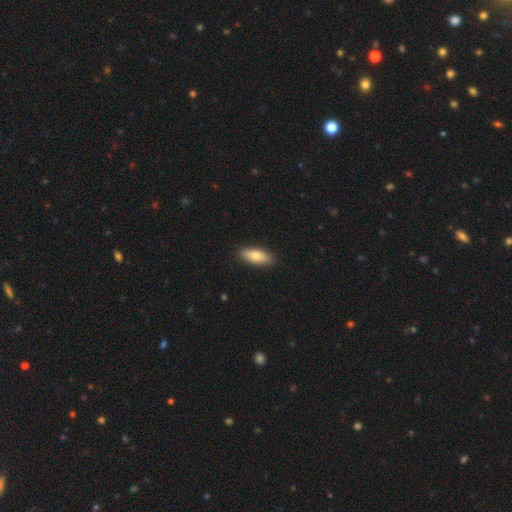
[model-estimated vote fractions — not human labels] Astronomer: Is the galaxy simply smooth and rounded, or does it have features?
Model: smooth — 76%.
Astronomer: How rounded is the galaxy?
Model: in between — 68%.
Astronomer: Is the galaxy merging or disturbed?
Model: none — 89%.